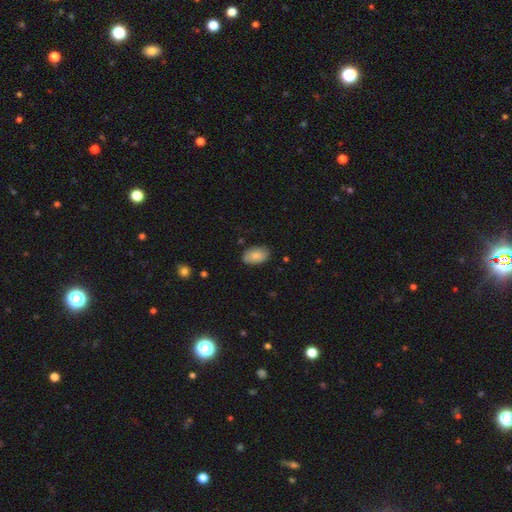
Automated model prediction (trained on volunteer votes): Morphology: type=smooth (85%); roundness=in between (93%); merging=none (83%).